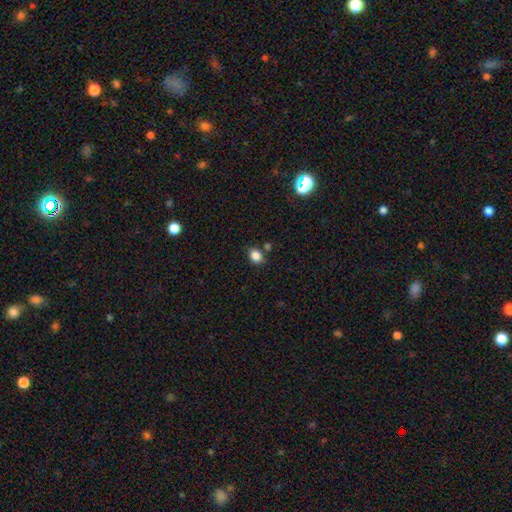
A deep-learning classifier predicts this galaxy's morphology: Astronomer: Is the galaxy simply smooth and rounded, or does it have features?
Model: smooth — 84%.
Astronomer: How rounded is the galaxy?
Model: round — 52% (runner-up: in between, 47%).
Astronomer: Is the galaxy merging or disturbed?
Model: none — 73%.